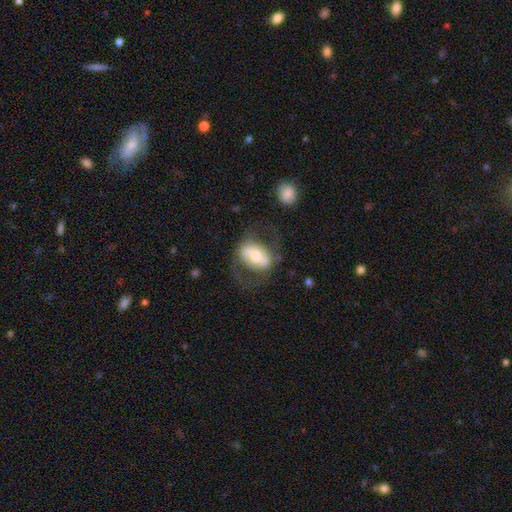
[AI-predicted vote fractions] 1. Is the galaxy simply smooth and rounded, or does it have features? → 55% featured or disk, 38% smooth, 6% star or artifact.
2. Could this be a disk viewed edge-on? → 93% no, 7% yes.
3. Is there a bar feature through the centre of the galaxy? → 38% no, 34% strong, 29% weak.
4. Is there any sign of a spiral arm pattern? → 55% yes, 45% no.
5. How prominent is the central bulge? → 64% moderate, 23% small, 10% large, 2% dominant, 1% none.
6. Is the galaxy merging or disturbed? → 60% none, 18% minor disturbance, 18% major disturbance, 3% merger.